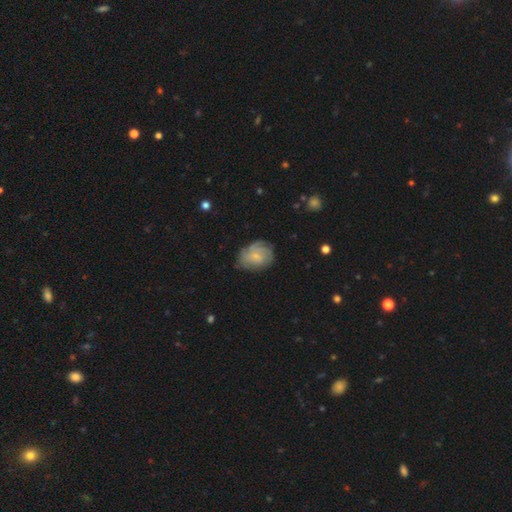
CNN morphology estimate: smooth_or_featured: featured or disk (p=0.54) [alt: smooth p=0.38]
disk_edge_on: no (p=0.97) [alt: yes p=0.03]
bar: no (p=0.63) [alt: weak p=0.33]
has_spiral_arms: yes (p=0.82) [alt: no p=0.18]
bulge_size: small (p=0.67) [alt: moderate p=0.19]
merging: none (p=0.66) [alt: minor disturbance p=0.24]